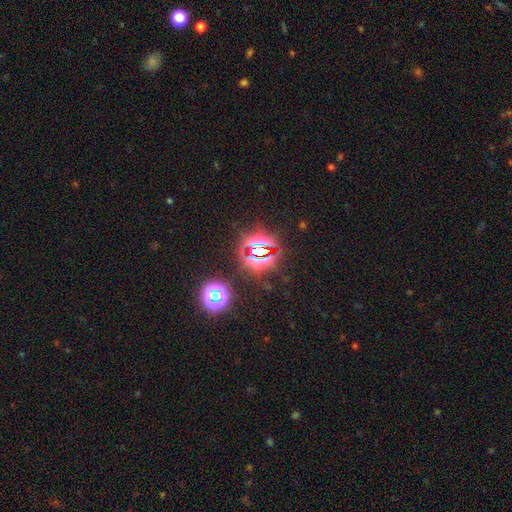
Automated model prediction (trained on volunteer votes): Q: Smooth or featured?
A: star or artifact (79%); runner-up: smooth (12%)